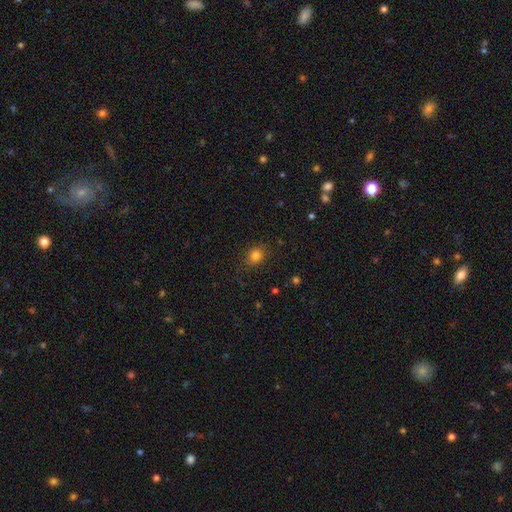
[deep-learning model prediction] Smooth or featured?
  - smooth: 80% *
  - star or artifact: 14%
  - featured or disk: 6%
How rounded?
  - round: 61% *
  - in between: 38%
  - cigar-shaped: 1%
Merging?
  - none: 82% *
  - minor disturbance: 13%
  - major disturbance: 4%
  - merger: 1%